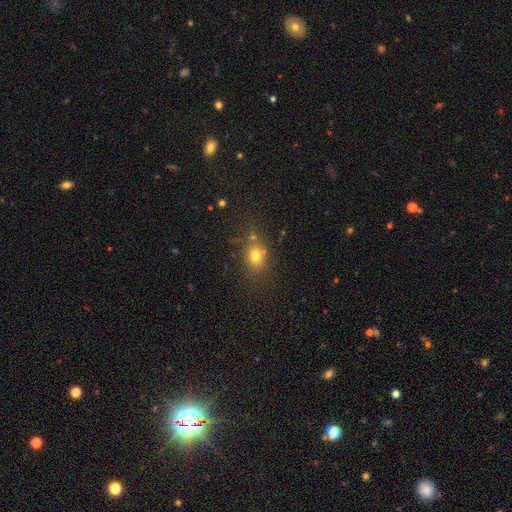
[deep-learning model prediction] Smooth or featured: smooth — 73% (star or artifact — 16%)
How rounded: in between — 51% (round — 48%)
Merging: none — 67% (minor disturbance — 15%)